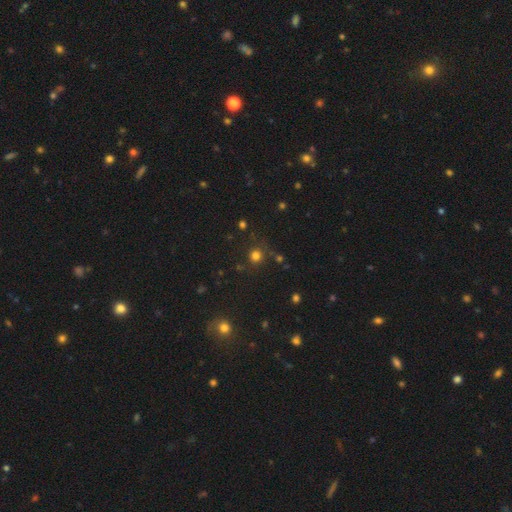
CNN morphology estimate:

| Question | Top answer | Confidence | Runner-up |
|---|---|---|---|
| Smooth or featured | smooth | 74% | star or artifact (20%) |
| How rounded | round | 93% | in between (6%) |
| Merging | none | 81% | minor disturbance (10%) |